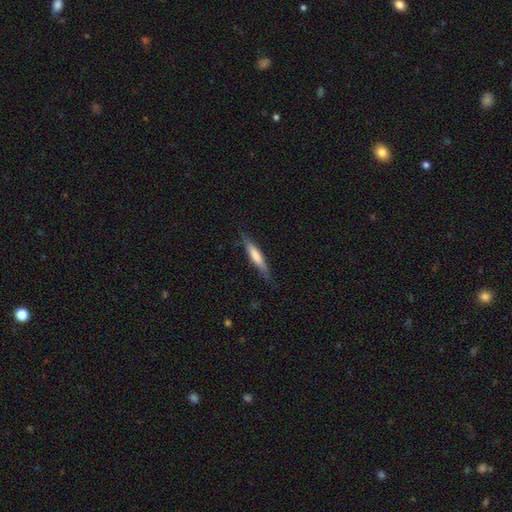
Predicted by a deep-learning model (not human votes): smooth_or_featured: smooth (p=0.62) [alt: featured or disk p=0.33]
how_rounded: cigar-shaped (p=0.88) [alt: in between p=0.11]
merging: none (p=0.80) [alt: minor disturbance p=0.15]